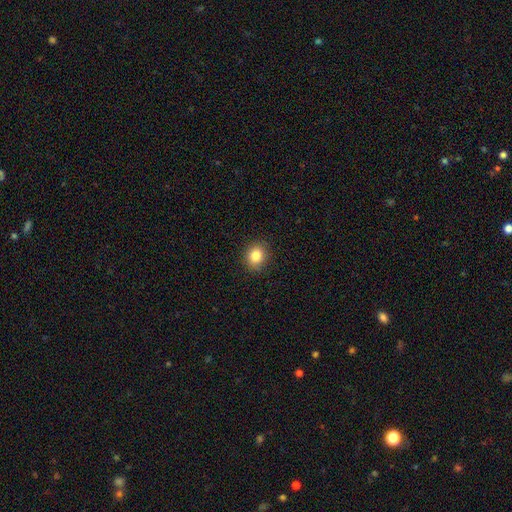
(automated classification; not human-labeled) smooth_or_featured: smooth (p=0.83) [alt: star or artifact p=0.10]
how_rounded: round (p=0.69) [alt: in between p=0.30]
merging: none (p=0.89) [alt: minor disturbance p=0.08]